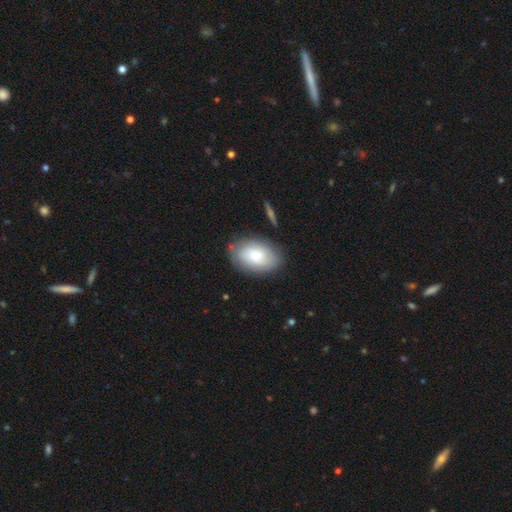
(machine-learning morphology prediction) smooth_or_featured: smooth (p=0.74) [alt: featured or disk p=0.20]
how_rounded: in between (p=0.91) [alt: round p=0.08]
merging: none (p=0.79) [alt: minor disturbance p=0.14]